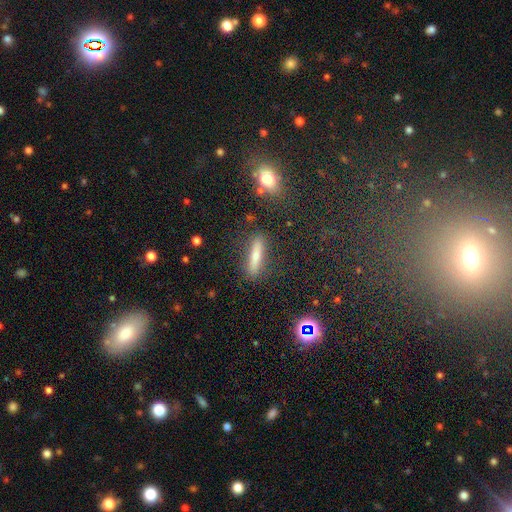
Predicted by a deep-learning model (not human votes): smooth-or-featured: smooth: 53% | featured or disk: 31% | star or artifact: 16%
  how-rounded: cigar-shaped: 81% | in between: 14% | round: 5%
  merging: none: 86% | minor disturbance: 9% | major disturbance: 3% | merger: 2%